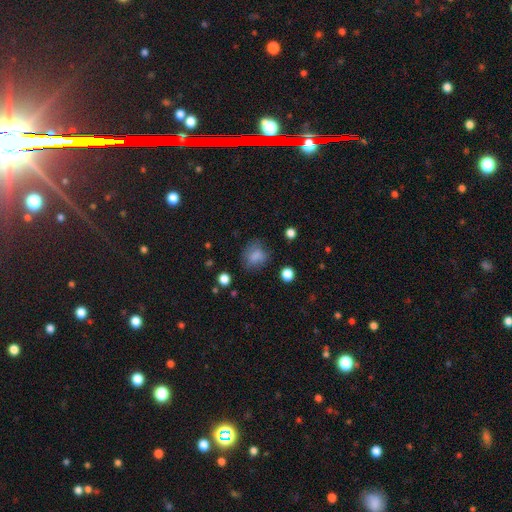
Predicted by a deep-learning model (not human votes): Smooth or featured? Predicted: smooth (p=0.78). How rounded? Predicted: round (p=0.55). Merging? Predicted: none (p=0.63).